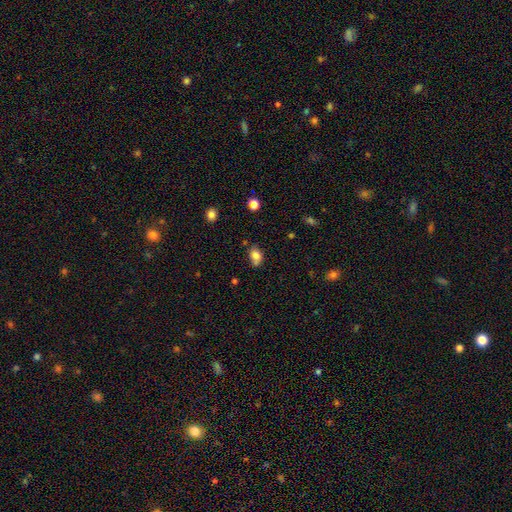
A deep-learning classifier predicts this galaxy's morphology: Smooth or featured? smooth (79%)
How rounded? in between (74%)
Merging? none (57%)